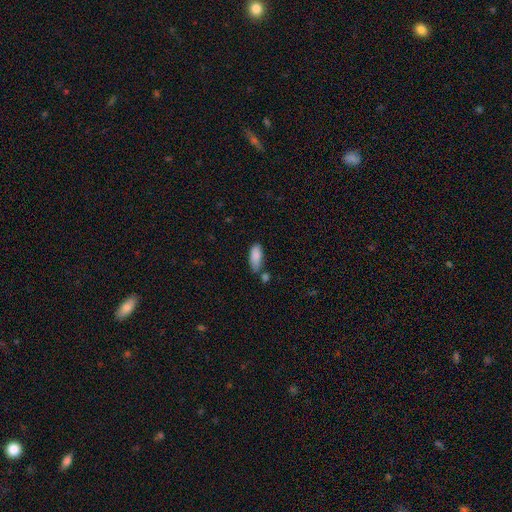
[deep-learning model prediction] Overall: smooth (87%). How rounded: in between (82%). Merging: none (57%; minor disturbance 23%).